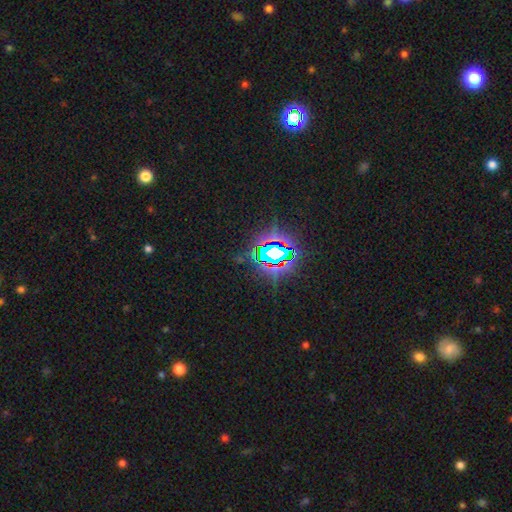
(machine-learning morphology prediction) Overall: star or artifact (82%).